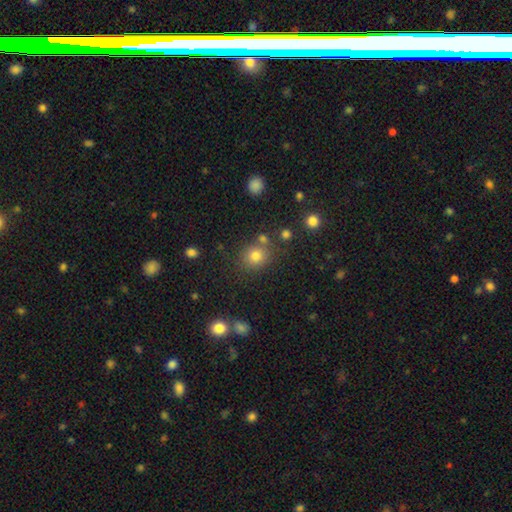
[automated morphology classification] This appears to be a smooth galaxy with no disk features (78%) that is round (82%). Merging: none (75%).